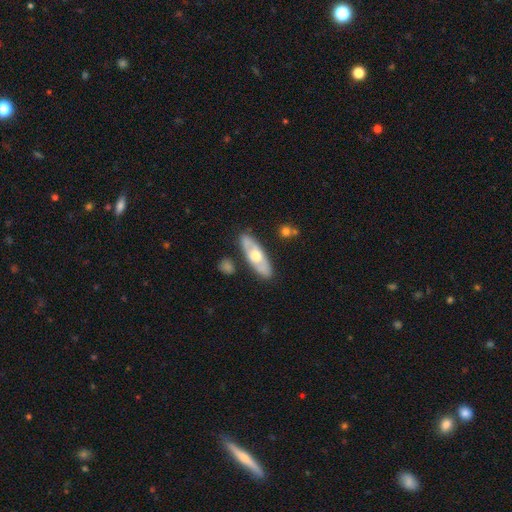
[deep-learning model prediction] smooth_or_featured: featured or disk (p=0.54) [alt: smooth p=0.41]
disk_edge_on: no (p=0.63) [alt: yes p=0.37]
merging: none (p=0.83) [alt: minor disturbance p=0.12]